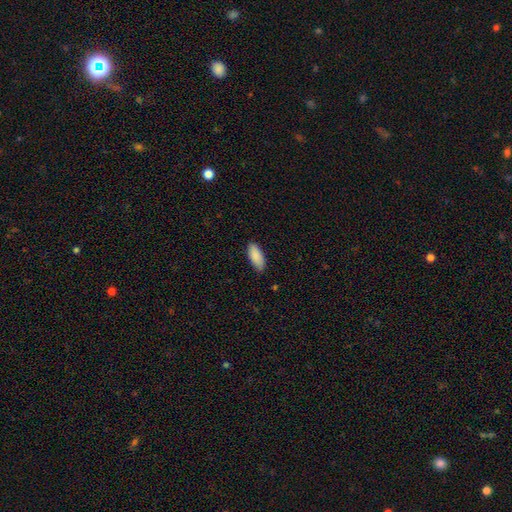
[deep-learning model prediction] smooth-or-featured: smooth: 89% | star or artifact: 6% | featured or disk: 5%
  how-rounded: in between: 83% | cigar-shaped: 15% | round: 2%
  merging: none: 82% | minor disturbance: 15% | major disturbance: 2% | merger: 1%